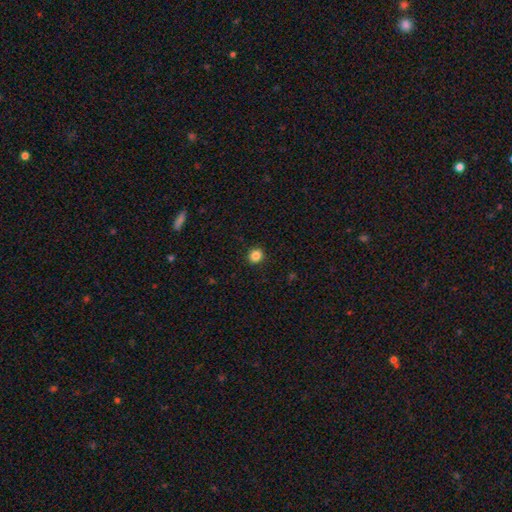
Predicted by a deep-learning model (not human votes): Q: Smooth or featured?
A: smooth (85%); runner-up: star or artifact (11%)
Q: How rounded?
A: round (82%); runner-up: in between (17%)
Q: Merging?
A: none (91%); runner-up: minor disturbance (6%)